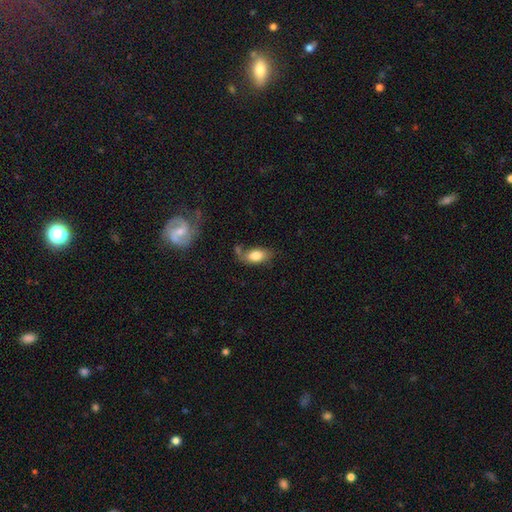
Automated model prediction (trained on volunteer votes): A smooth galaxy with no disk features (78%) that is in between round and cigar-shaped (90%).

Vote fractions:
- Smooth or featured? smooth: 78% / featured or disk: 14% / star or artifact: 8%
- How rounded? in between: 90% / round: 6% / cigar-shaped: 4%
- Merging? none: 55% / minor disturbance: 23% / merger: 12% / major disturbance: 10%